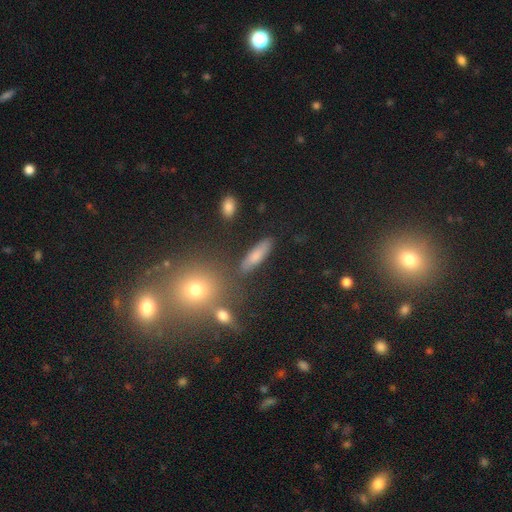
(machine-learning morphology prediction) A smooth galaxy with no disk features (74%) that is cigar-shaped (61%). Merging: none (81%).